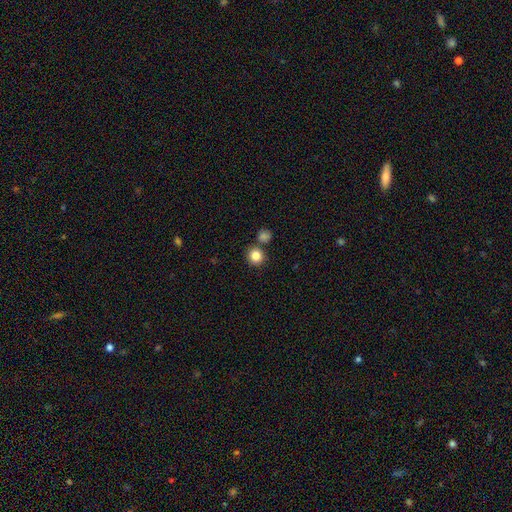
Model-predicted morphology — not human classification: Smooth or featured? Predicted: smooth (p=0.84). How rounded? Predicted: round (p=0.92). Merging? Predicted: none (p=0.78).